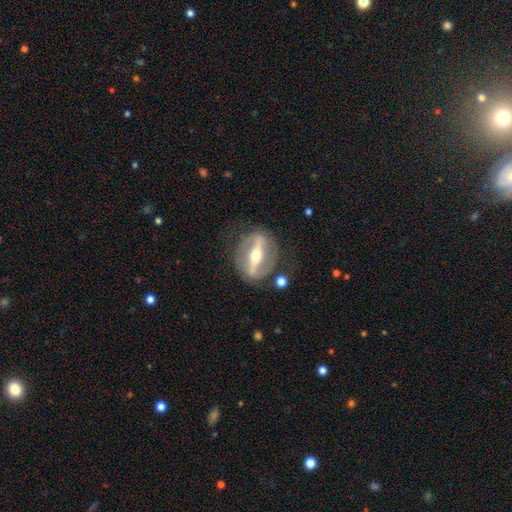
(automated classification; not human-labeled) Q: Smooth or featured?
A: featured or disk (82%); runner-up: smooth (12%)
Q: Edge-on disk?
A: no (68%); runner-up: yes (32%)
Q: Bar?
A: strong (85%); runner-up: weak (10%)
Q: Spiral arms?
A: no (61%); runner-up: yes (39%)
Q: Bulge size?
A: moderate (72%); runner-up: small (17%)
Q: Merging?
A: none (81%); runner-up: minor disturbance (11%)